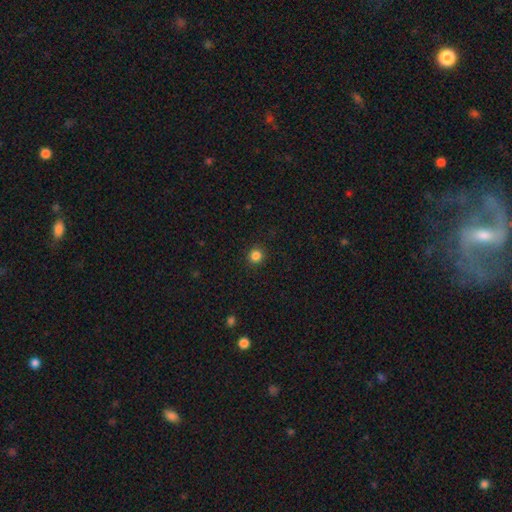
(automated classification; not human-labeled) Smooth or featured: smooth — 84% (star or artifact — 12%)
How rounded: round — 92% (in between — 7%)
Merging: none — 92% (minor disturbance — 5%)